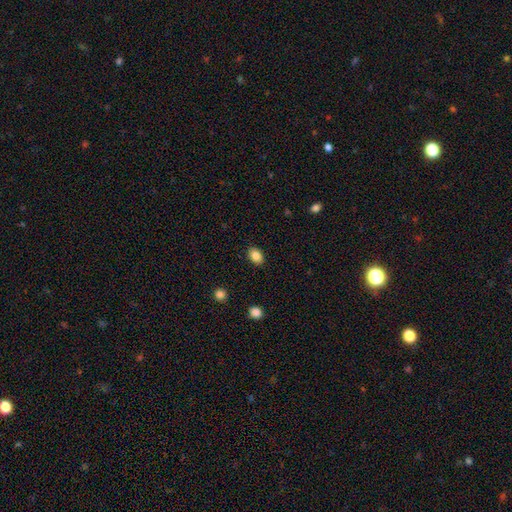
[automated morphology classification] smooth 86%, star or artifact 9%, featured or disk 5%. Down the decision tree: how rounded — in between (77%); merging — none (88%).